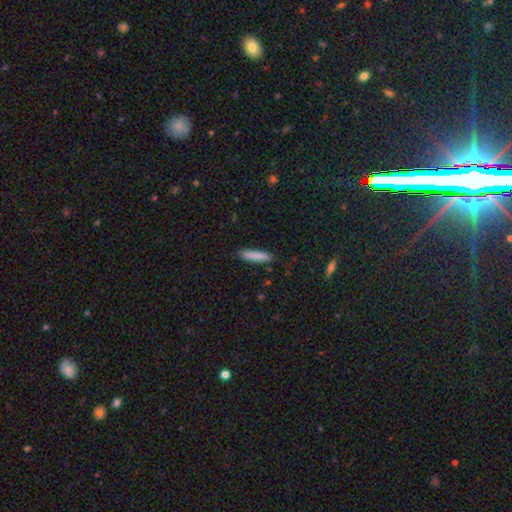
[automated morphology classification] This appears to be a smooth galaxy with no disk features (85%) that is cigar-shaped (82%). Merging: none (86%).